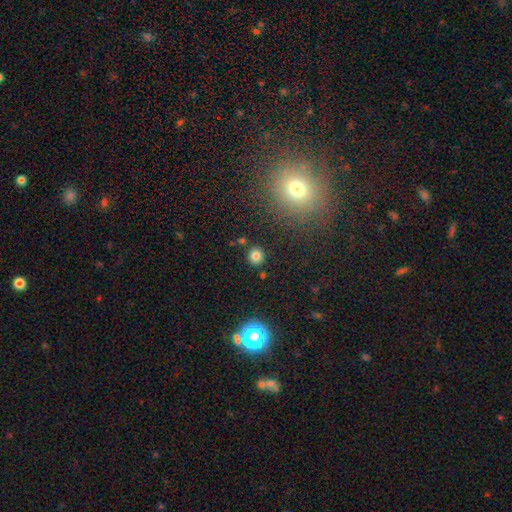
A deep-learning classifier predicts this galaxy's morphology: This is likely a smooth galaxy (79%). How rounded: clearly round (91%). Merging: clearly none (86%).